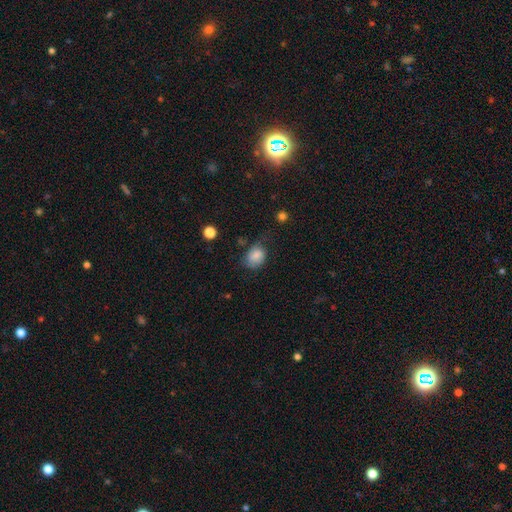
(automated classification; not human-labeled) Morphology: type=smooth (76%); roundness=in between (61%); merging=none (41%).